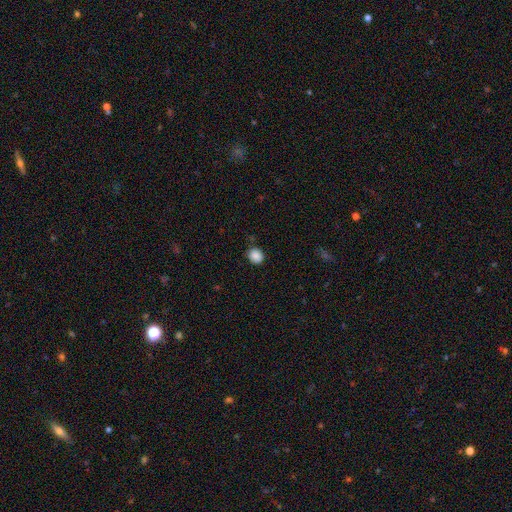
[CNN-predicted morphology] Smooth or featured? smooth (87%)
How rounded? round (77%)
Merging? none (83%)